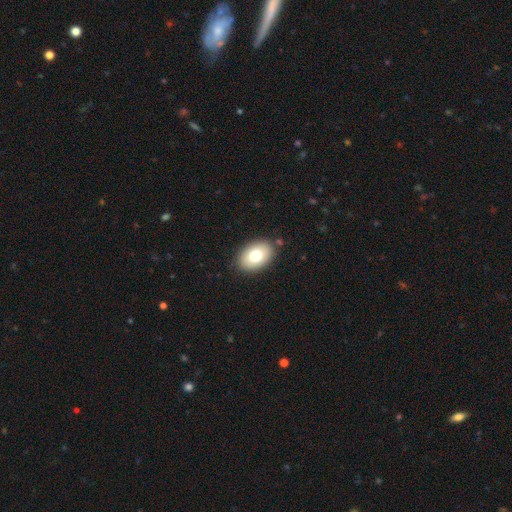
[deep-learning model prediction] Smooth or featured? smooth (76%)
How rounded? in between (86%)
Merging? none (87%)